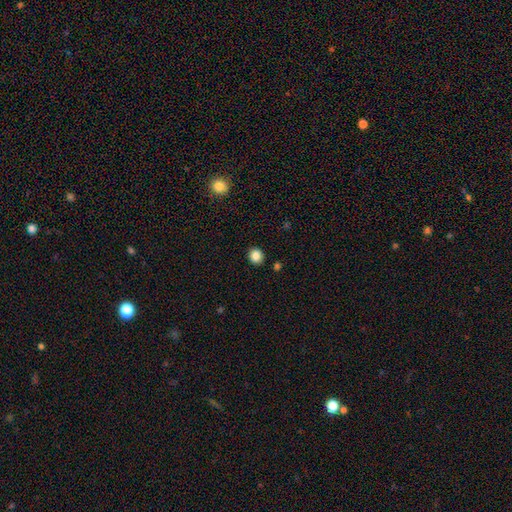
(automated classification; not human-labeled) smooth_or_featured: smooth (p=0.86) [alt: star or artifact p=0.10]
how_rounded: round (p=0.77) [alt: in between p=0.23]
merging: none (p=0.90) [alt: minor disturbance p=0.06]